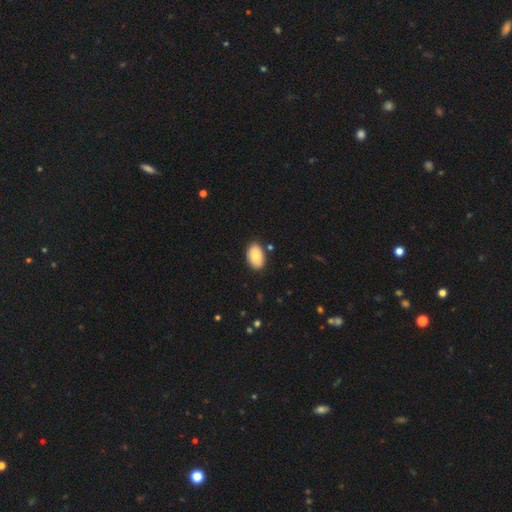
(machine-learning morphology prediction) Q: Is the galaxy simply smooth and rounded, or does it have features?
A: smooth — 82%.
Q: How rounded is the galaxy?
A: in between — 92%.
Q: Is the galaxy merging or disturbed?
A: none — 85%.